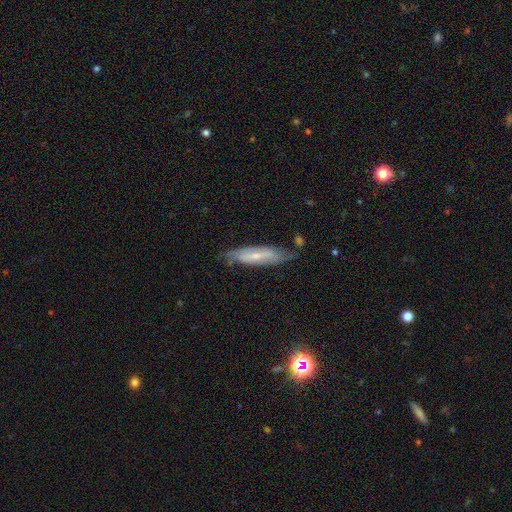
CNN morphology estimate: Q: Smooth or featured?
A: featured or disk (58%); runner-up: smooth (35%)
Q: Edge-on disk?
A: no (58%); runner-up: yes (42%)
Q: Merging?
A: none (72%); runner-up: minor disturbance (21%)